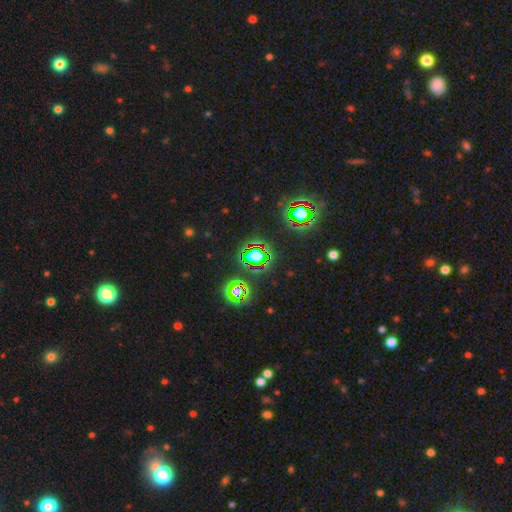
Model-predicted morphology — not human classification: Smooth or featured?
  - star or artifact: 70% *
  - smooth: 19%
  - featured or disk: 11%